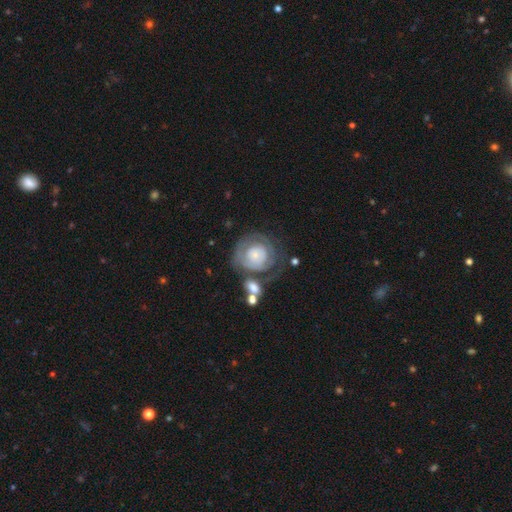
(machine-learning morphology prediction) A featured or disk galaxy (58%) with no bar (86%), spiral arms (60%) and a small central bulge (57%). Merging: none (49%).